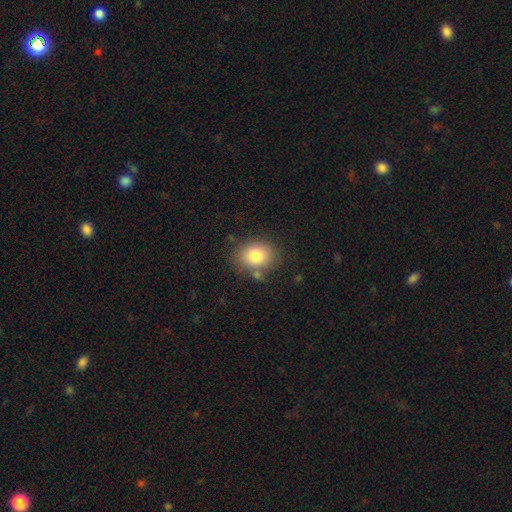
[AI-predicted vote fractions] Q: Smooth or featured?
A: smooth (81%); runner-up: star or artifact (9%)
Q: How rounded?
A: round (52%); runner-up: in between (47%)
Q: Merging?
A: none (76%); runner-up: minor disturbance (14%)